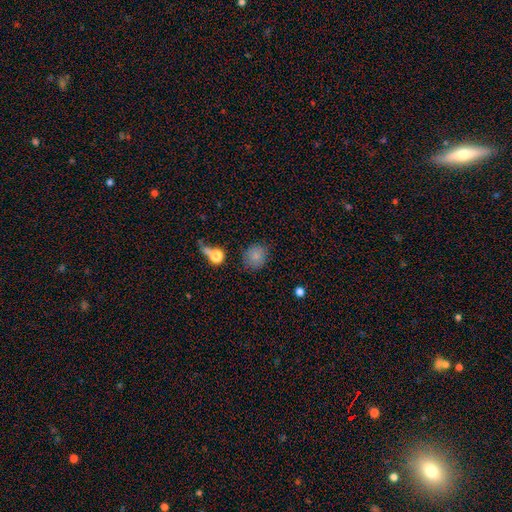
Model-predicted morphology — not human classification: Smooth or featured? Predicted: smooth (p=0.81). How rounded? Predicted: round (p=0.78). Merging? Predicted: none (p=0.77).